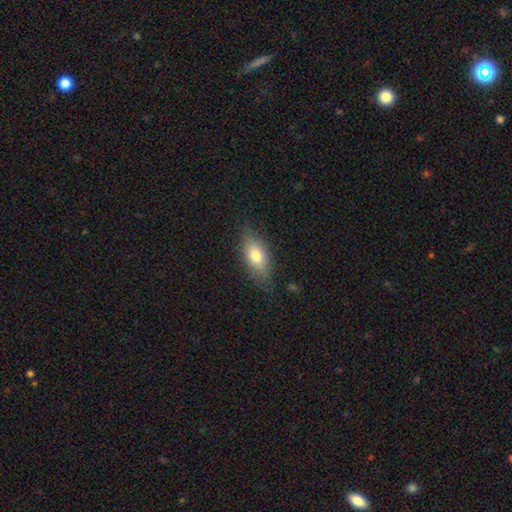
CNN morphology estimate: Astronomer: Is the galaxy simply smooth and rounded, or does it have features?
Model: smooth — 74%.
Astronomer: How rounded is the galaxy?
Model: in between — 83%.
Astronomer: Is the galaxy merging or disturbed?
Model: none — 76%.